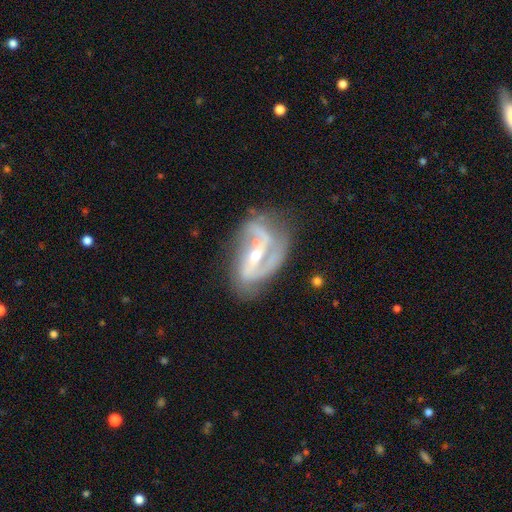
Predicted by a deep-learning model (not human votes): Q: Smooth or featured?
A: featured or disk (87%); runner-up: smooth (7%)
Q: Edge-on disk?
A: no (96%); runner-up: yes (4%)
Q: Bar?
A: strong (39%); runner-up: weak (34%)
Q: Spiral arms?
A: yes (94%); runner-up: no (6%)
Q: Spiral winding?
A: medium (48%); runner-up: loose (32%)
Q: Spiral arm count?
A: 2 (74%); runner-up: can't tell (8%)
Q: Bulge size?
A: small (56%); runner-up: moderate (40%)
Q: Merging?
A: none (54%); runner-up: minor disturbance (24%)